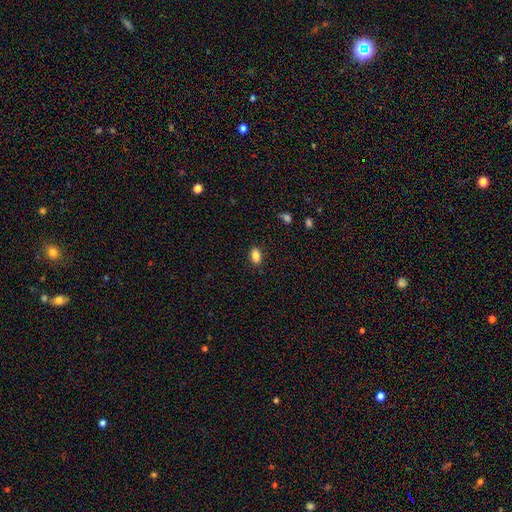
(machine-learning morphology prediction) This is clearly a smooth galaxy (85%). How rounded: clearly in between (86%). Merging: clearly none (88%).